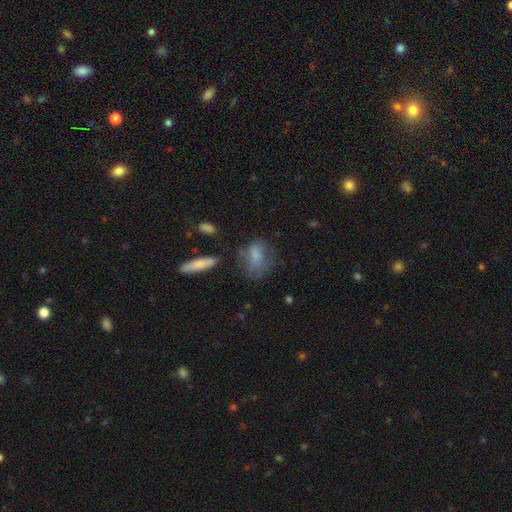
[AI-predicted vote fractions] Smooth or featured? smooth (70%)
How rounded? in between (72%)
Merging? none (48%)